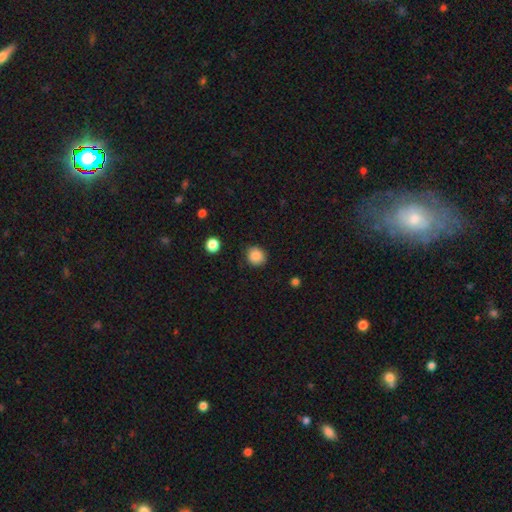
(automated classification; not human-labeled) Morphology: type=smooth (87%); roundness=round (84%); merging=none (85%).